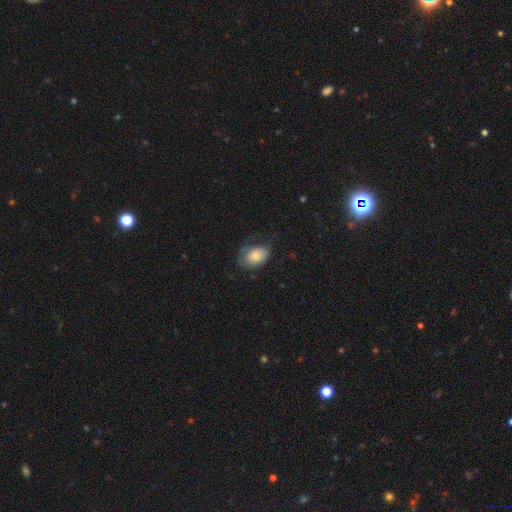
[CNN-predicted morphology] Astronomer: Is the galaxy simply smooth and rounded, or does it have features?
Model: smooth — 77%.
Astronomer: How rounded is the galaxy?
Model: in between — 85%.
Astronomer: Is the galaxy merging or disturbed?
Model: none — 47% (runner-up: minor disturbance, 32%).